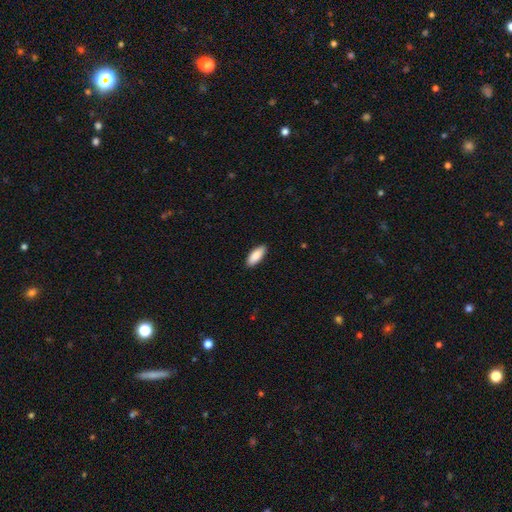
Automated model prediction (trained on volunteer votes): Morphology: type=smooth (89%); roundness=in between (81%); merging=none (89%).